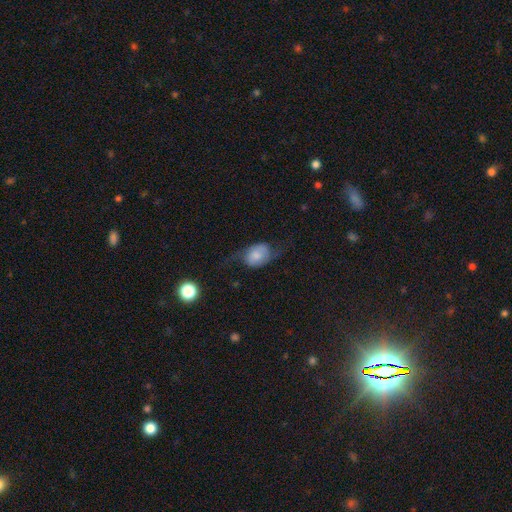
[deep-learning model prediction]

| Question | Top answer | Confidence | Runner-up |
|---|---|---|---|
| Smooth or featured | smooth | 52% | featured or disk (40%) |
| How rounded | in between | 64% | round (34%) |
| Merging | none | 44% | minor disturbance (28%) |